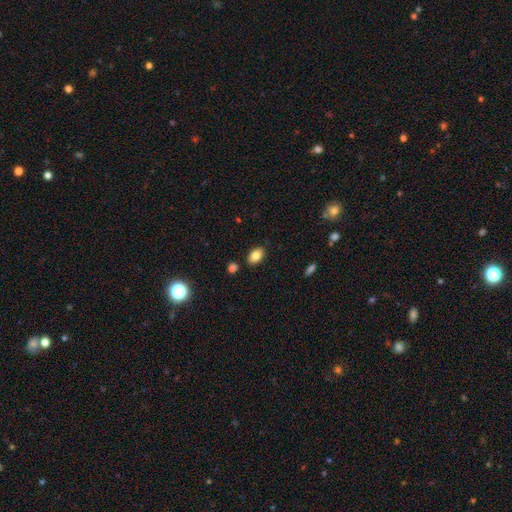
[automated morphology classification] Q: Smooth or featured?
A: smooth (84%); runner-up: star or artifact (9%)
Q: How rounded?
A: in between (88%); runner-up: round (10%)
Q: Merging?
A: none (85%); runner-up: minor disturbance (10%)